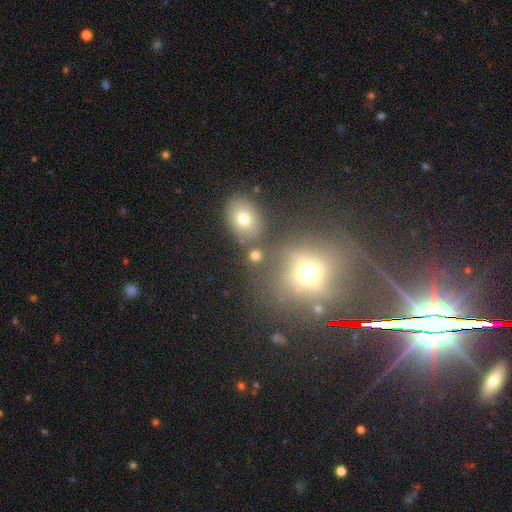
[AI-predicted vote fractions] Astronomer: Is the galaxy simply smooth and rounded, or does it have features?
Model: smooth — 68%.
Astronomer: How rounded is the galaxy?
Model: round — 62%.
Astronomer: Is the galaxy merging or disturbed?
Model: none — 69%.